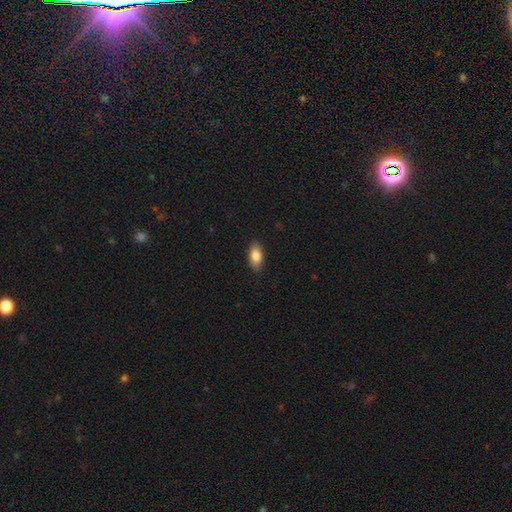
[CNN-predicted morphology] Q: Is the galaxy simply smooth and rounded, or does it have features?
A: smooth — 85%.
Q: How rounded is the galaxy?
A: in between — 91%.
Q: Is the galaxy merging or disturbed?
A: none — 88%.